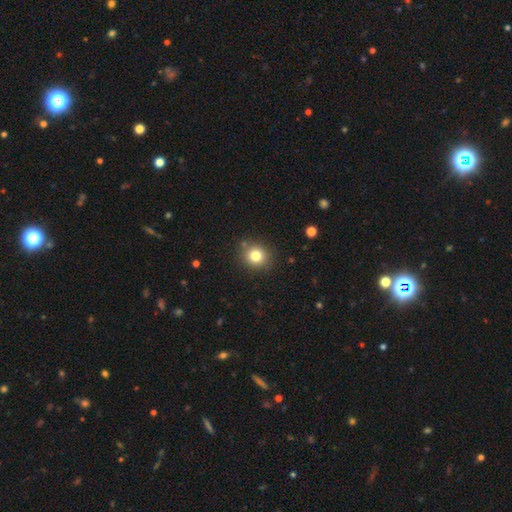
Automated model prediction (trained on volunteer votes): Smooth or featured?
  - smooth: 80% *
  - star or artifact: 12%
  - featured or disk: 8%
How rounded?
  - round: 87% *
  - in between: 12%
  - cigar-shaped: 1%
Merging?
  - none: 86% *
  - minor disturbance: 8%
  - major disturbance: 3%
  - merger: 3%